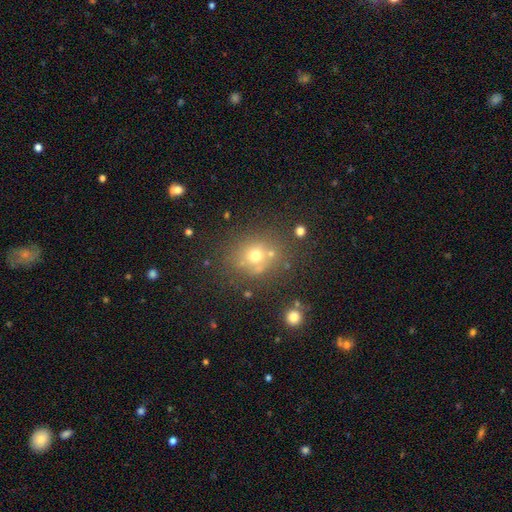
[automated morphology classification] The model was most divided on "smooth or featured": smooth: 63%, star or artifact: 21%, featured or disk: 15%. More confident: how rounded — round (76%); merging — none (68%).